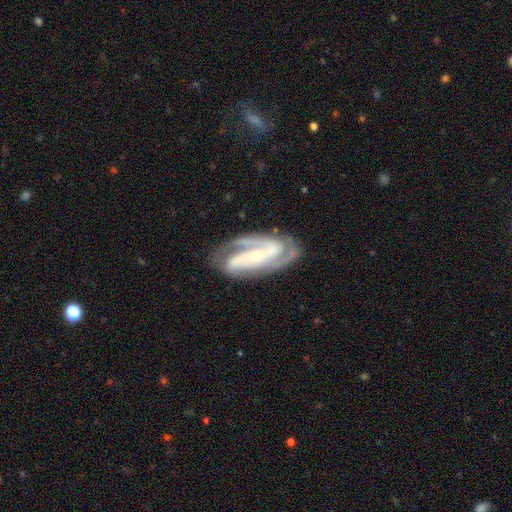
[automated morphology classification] Smooth or featured? featured or disk (91%)
Edge-on disk? no (95%)
Bar? strong (47%)
Spiral arms? yes (97%)
Spiral winding? tight (46%)
Spiral arm count? 2 (74%)
Bulge size? small (63%)
Merging? none (78%)